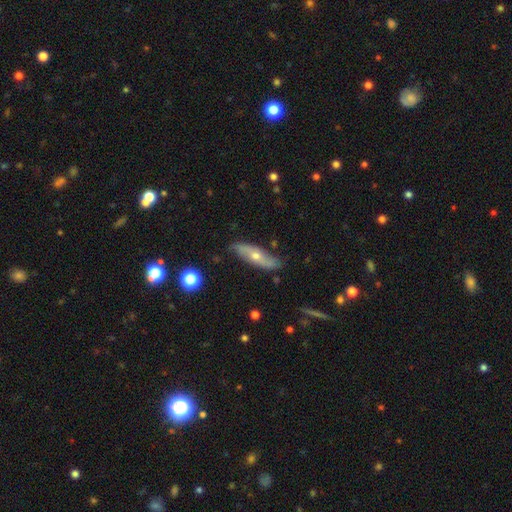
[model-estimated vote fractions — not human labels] Smooth or featured?
  - featured or disk: 57% *
  - smooth: 36%
  - star or artifact: 7%
Edge-on disk?
  - no: 56% *
  - yes: 44%
Merging?
  - none: 78% *
  - minor disturbance: 17%
  - major disturbance: 3%
  - merger: 2%